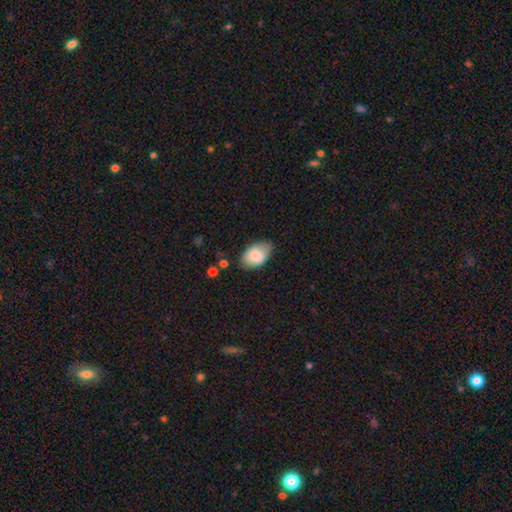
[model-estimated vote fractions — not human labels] Smooth or featured? smooth (80%)
How rounded? in between (92%)
Merging? none (69%)